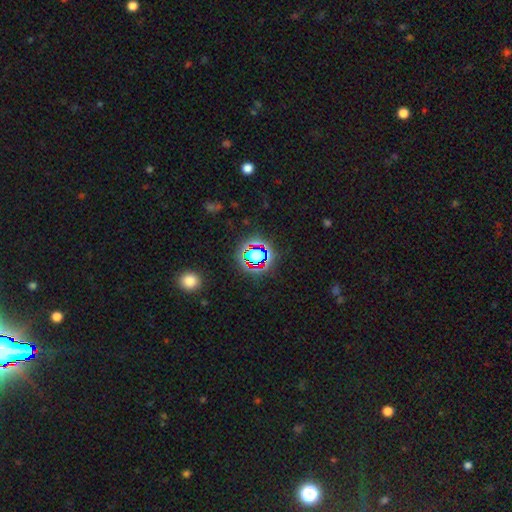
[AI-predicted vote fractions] This appears to be a star or artifact, not a galaxy (66%).